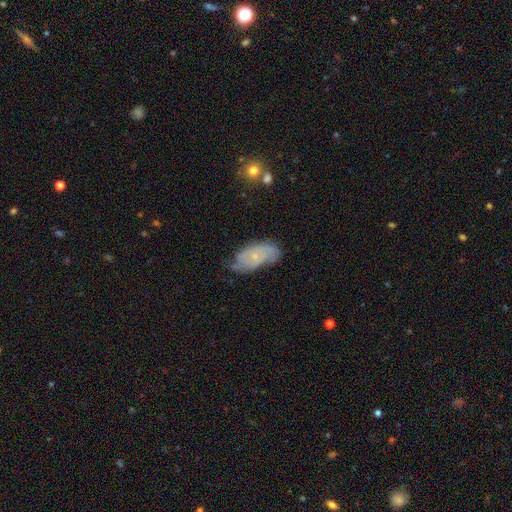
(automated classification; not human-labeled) Smooth or featured? Predicted: featured or disk (p=0.57). Edge-on disk? Predicted: no (p=0.93). Bar? Predicted: no (p=0.78). Spiral arms? Predicted: yes (p=0.77). Bulge size? Predicted: small (p=0.78). Merging? Predicted: none (p=0.48).